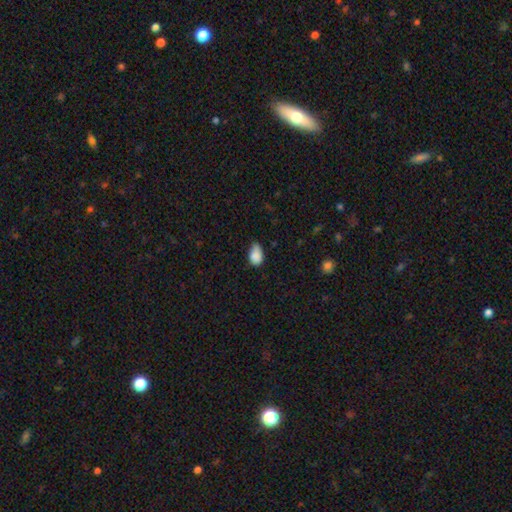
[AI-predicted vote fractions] A smooth galaxy with no disk features (87%) that is in between round and cigar-shaped (88%).

Vote fractions:
- Smooth or featured? smooth: 87% / star or artifact: 8% / featured or disk: 5%
- How rounded? in between: 88% / round: 10% / cigar-shaped: 2%
- Merging? minor disturbance: 47% / none: 43% / major disturbance: 8% / merger: 2%